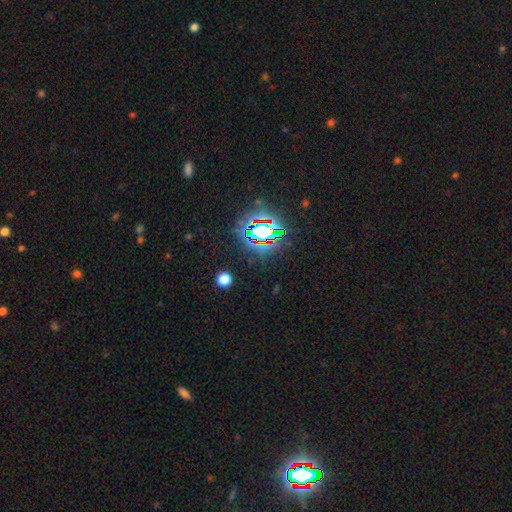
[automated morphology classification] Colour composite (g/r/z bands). It shows a star or artifact, not a galaxy (80%).